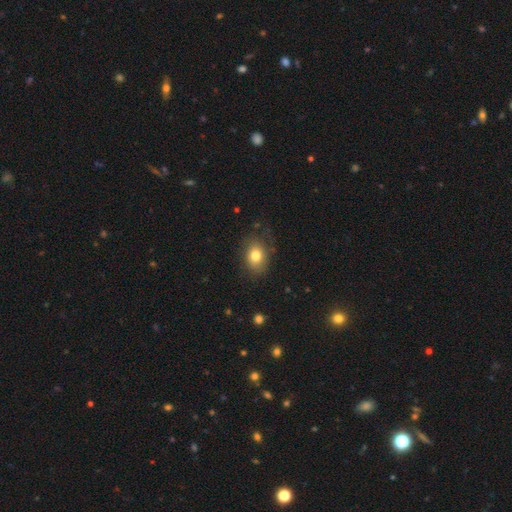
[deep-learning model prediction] Smooth or featured? smooth (79%)
How rounded? in between (67%)
Merging? none (76%)